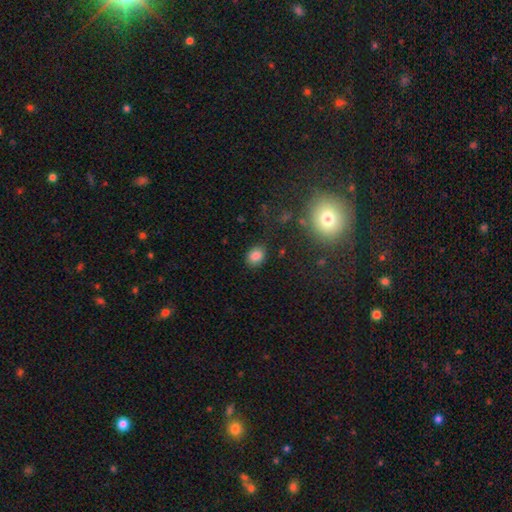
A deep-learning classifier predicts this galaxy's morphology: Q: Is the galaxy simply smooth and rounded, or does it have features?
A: smooth — 83%.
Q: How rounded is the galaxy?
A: in between — 56%.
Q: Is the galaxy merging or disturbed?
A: none — 82%.